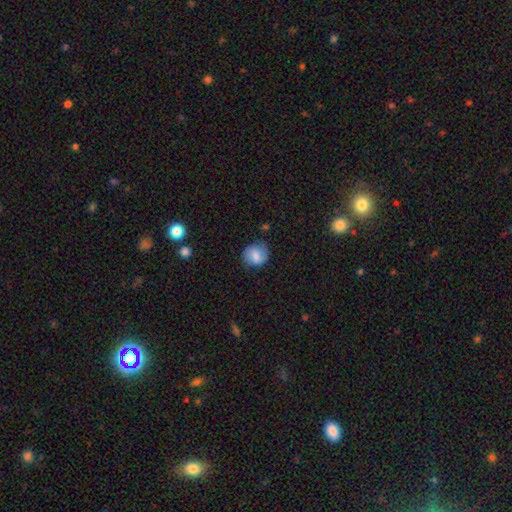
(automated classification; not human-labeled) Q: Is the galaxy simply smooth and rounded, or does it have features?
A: smooth — 69%.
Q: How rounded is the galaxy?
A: round — 77%.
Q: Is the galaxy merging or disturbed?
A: none — 72%.